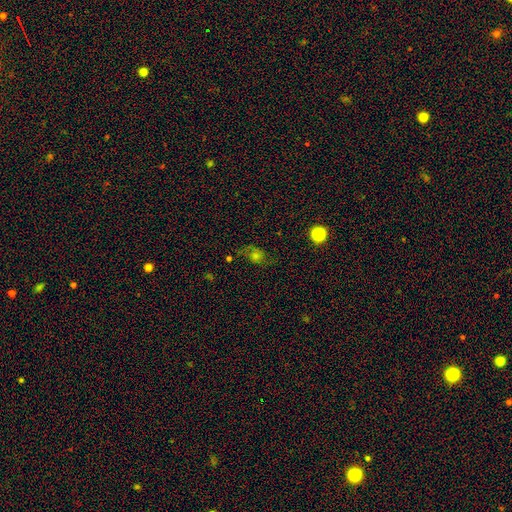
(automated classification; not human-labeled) smooth-or-featured: smooth: 45% | featured or disk: 28% | star or artifact: 27%
  merging: none: 54% | minor disturbance: 23% | major disturbance: 19% | merger: 4%